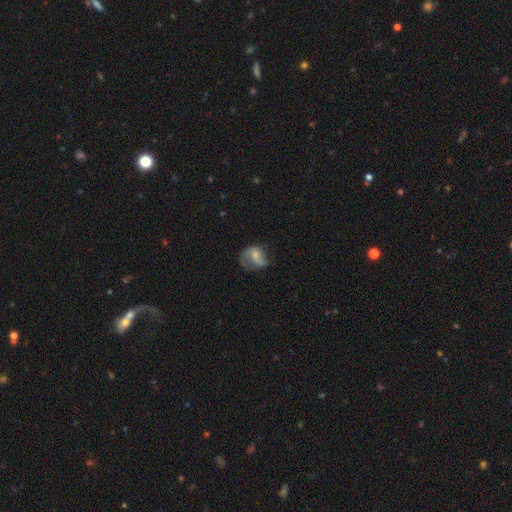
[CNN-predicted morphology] Smooth or featured? featured or disk (46%)
Merging? none (40%)